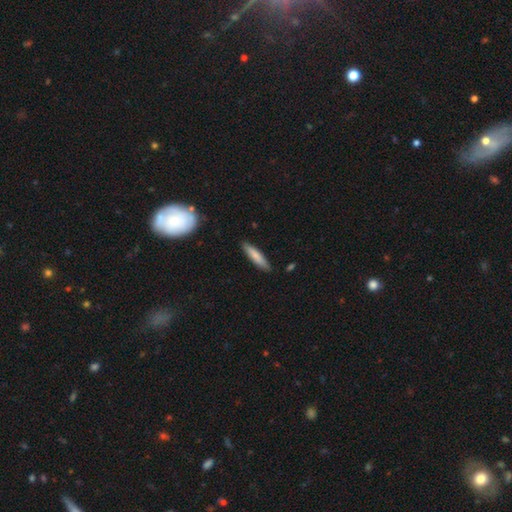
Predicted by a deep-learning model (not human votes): smooth_or_featured: smooth (p=0.76) [alt: featured or disk p=0.18]
how_rounded: cigar-shaped (p=0.81) [alt: in between p=0.17]
merging: none (p=0.87) [alt: minor disturbance p=0.09]